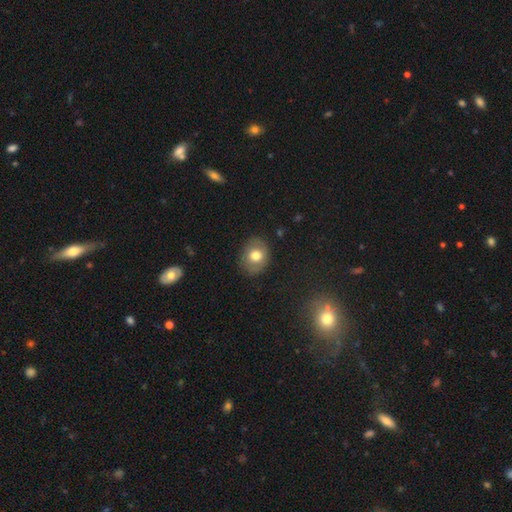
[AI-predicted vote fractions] smooth-or-featured: smooth: 73% | featured or disk: 18% | star or artifact: 9%
  how-rounded: round: 59% | in between: 40% | cigar-shaped: 1%
  merging: none: 83% | minor disturbance: 12% | major disturbance: 3% | merger: 1%